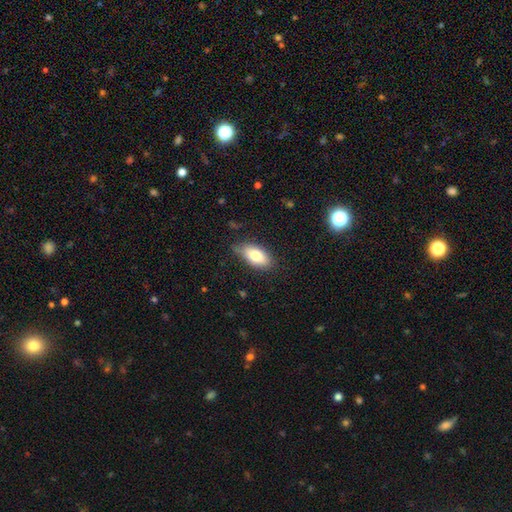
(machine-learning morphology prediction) Smooth or featured? smooth (77%)
How rounded? in between (90%)
Merging? none (73%)